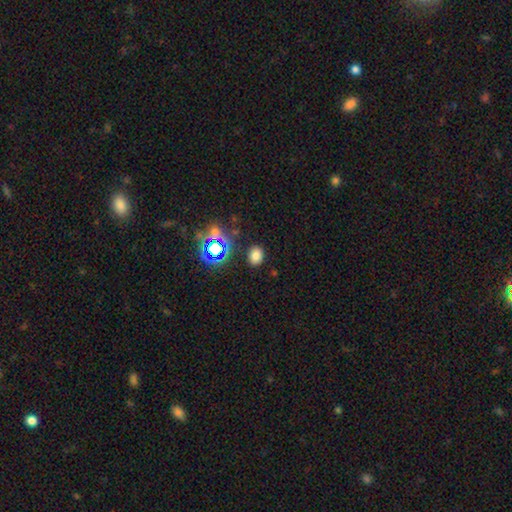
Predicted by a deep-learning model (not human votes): Overall: smooth (74%). How rounded: in between (59%; round 40%). Merging: none (86%).